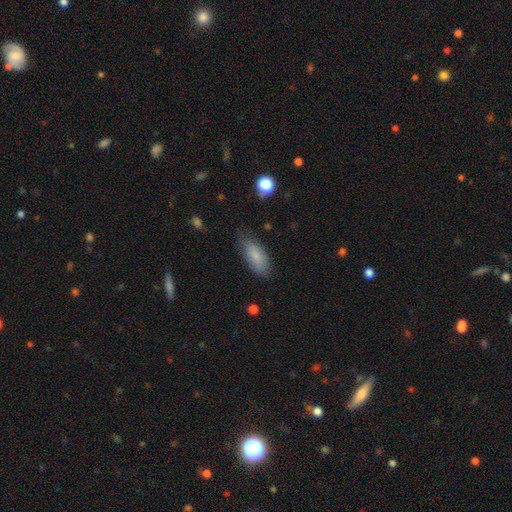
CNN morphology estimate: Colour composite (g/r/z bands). It shows a smooth galaxy with no disk features (83%) that is in between round and cigar-shaped (84%). Merging: none (72%).